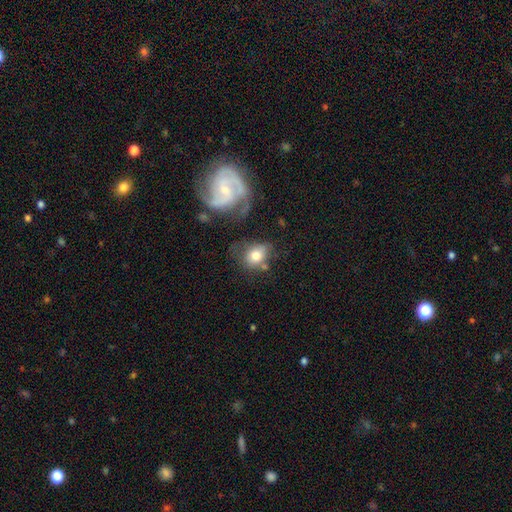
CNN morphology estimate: Smooth or featured? Predicted: smooth (p=0.72). How rounded? Predicted: in between (p=0.54). Merging? Predicted: none (p=0.42).